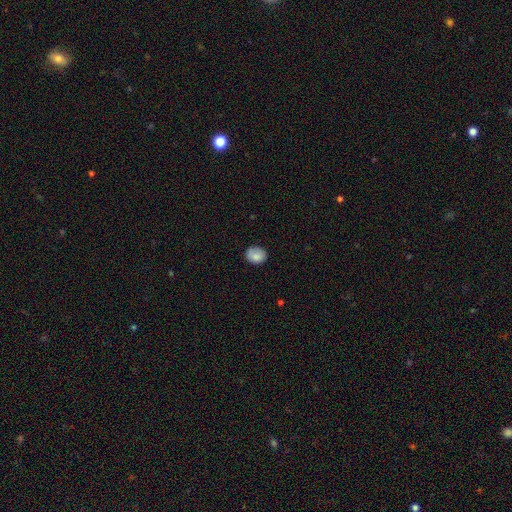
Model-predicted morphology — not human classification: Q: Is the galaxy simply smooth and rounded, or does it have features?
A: smooth — 83%.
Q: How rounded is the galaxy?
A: round — 59%.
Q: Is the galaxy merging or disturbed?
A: none — 76%.